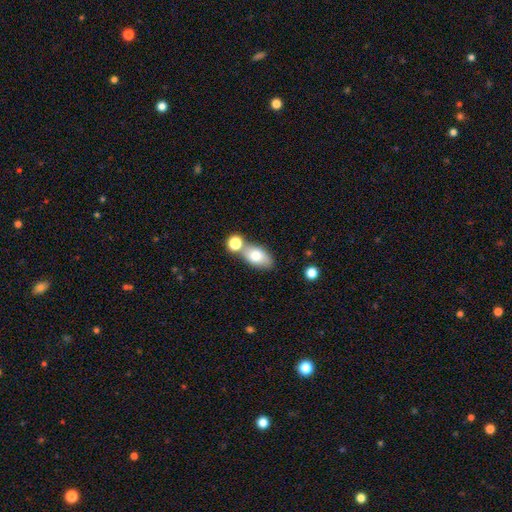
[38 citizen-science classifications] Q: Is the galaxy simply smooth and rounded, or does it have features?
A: smooth — 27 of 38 (71%).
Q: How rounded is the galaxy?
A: in between — 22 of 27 (81%).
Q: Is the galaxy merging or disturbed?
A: none — 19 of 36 (53%).